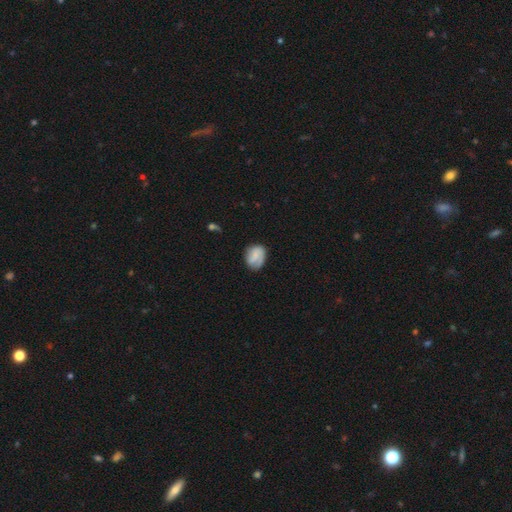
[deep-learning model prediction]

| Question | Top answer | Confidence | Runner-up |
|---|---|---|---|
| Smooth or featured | smooth | 62% | featured or disk (30%) |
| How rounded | in between | 56% | round (43%) |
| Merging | none | 62% | minor disturbance (27%) |